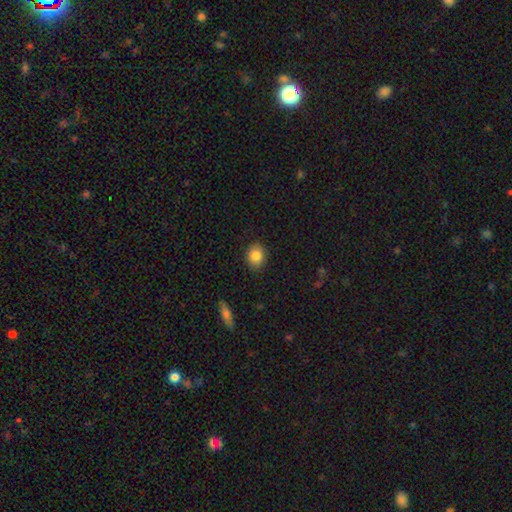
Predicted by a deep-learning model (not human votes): The model was most divided on "how rounded": round: 56%, in between: 43%, cigar-shaped: 1%. More confident: merging — none (89%); smooth or featured — smooth (84%).